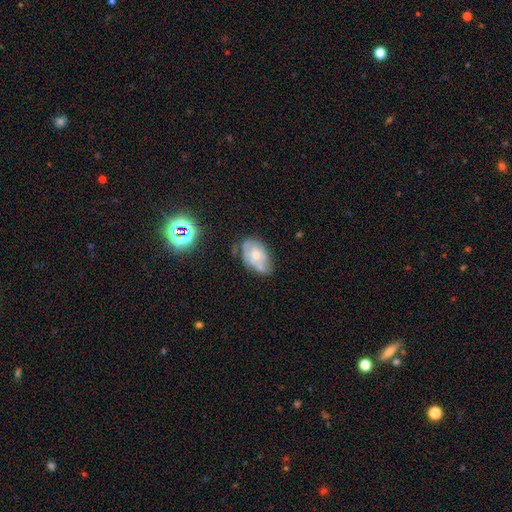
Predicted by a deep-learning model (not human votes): Smooth or featured? Predicted: featured or disk (p=0.48). Merging? Predicted: none (p=0.41).